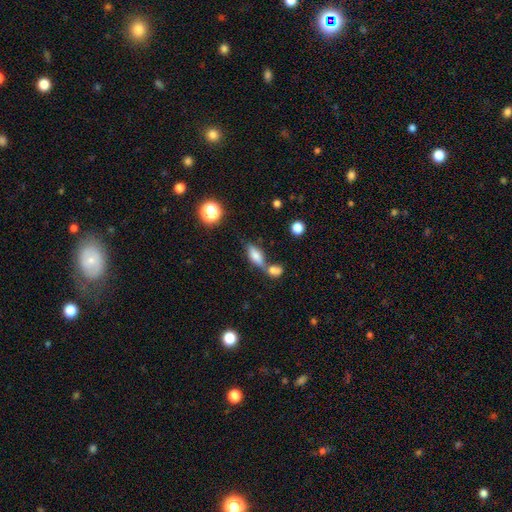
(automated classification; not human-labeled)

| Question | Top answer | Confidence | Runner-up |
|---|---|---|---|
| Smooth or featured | smooth | 71% | featured or disk (18%) |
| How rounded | in between | 75% | cigar-shaped (20%) |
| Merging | merger | 44% | none (40%) |